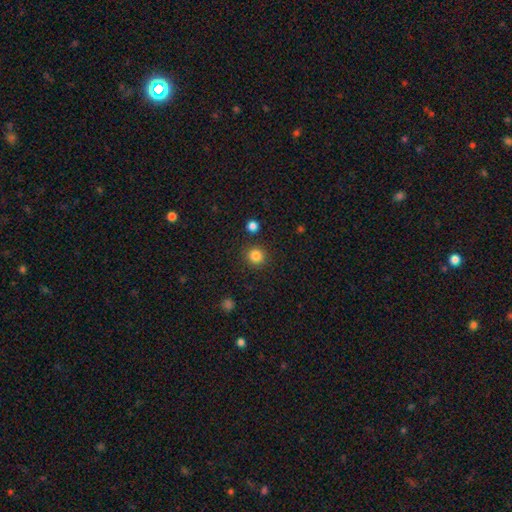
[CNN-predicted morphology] Smooth or featured?
  - smooth: 84% *
  - star or artifact: 12%
  - featured or disk: 4%
How rounded?
  - round: 94% *
  - in between: 5%
  - cigar-shaped: 1%
Merging?
  - none: 90% *
  - minor disturbance: 5%
  - merger: 3%
  - major disturbance: 2%